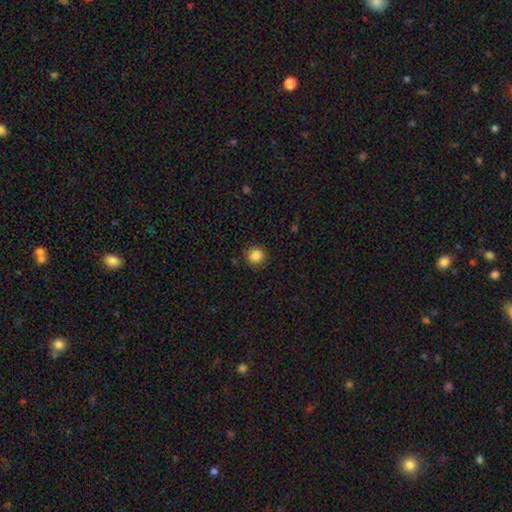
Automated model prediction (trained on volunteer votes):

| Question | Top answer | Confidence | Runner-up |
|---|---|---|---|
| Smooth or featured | smooth | 85% | star or artifact (10%) |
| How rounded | round | 92% | in between (7%) |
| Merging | none | 89% | minor disturbance (7%) |